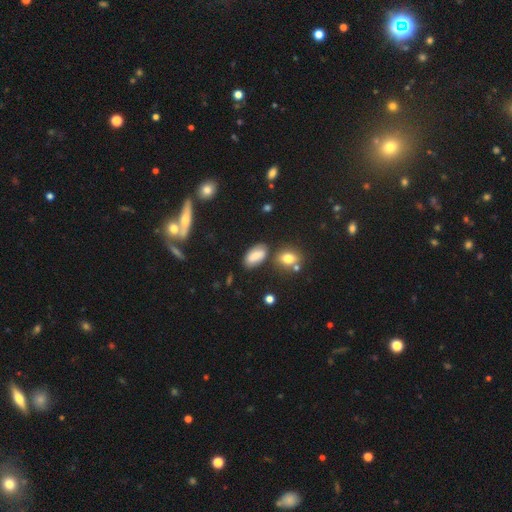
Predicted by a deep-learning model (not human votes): A smooth galaxy with no disk features (75%) that is in between round and cigar-shaped (91%). Merging: none (72%).